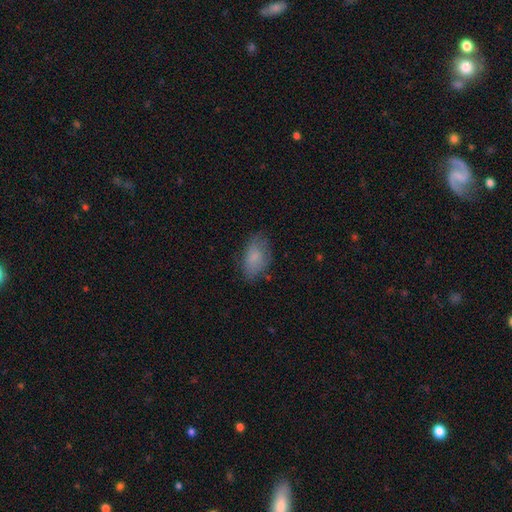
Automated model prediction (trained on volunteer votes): Smooth or featured? smooth (75%)
How rounded? in between (91%)
Merging? none (69%)